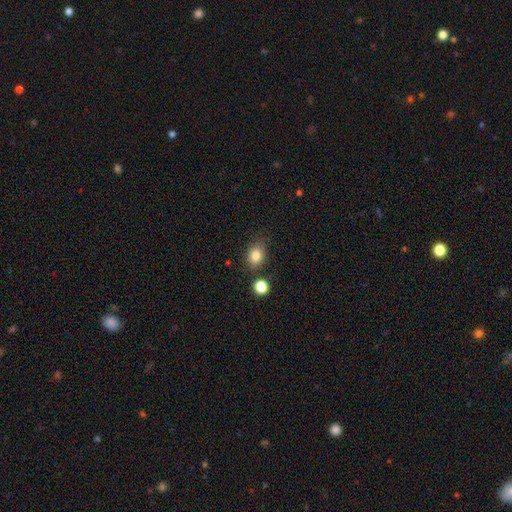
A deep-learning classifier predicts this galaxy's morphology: Smooth or featured? smooth (83%)
How rounded? in between (55%)
Merging? none (77%)